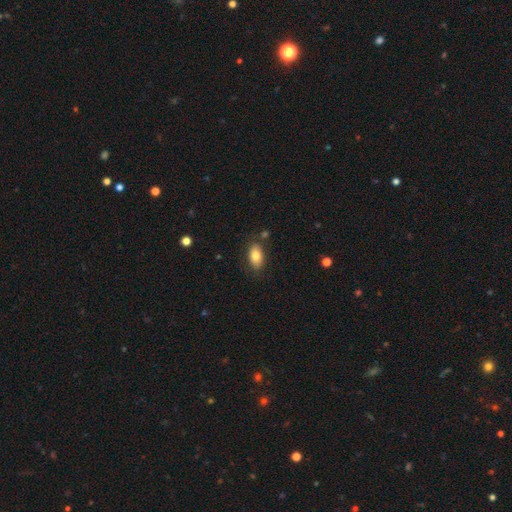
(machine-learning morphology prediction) smooth-or-featured: smooth: 81% | featured or disk: 12% | star or artifact: 7%
  how-rounded: in between: 91% | round: 6% | cigar-shaped: 3%
  merging: none: 80% | minor disturbance: 13% | merger: 3% | major disturbance: 3%